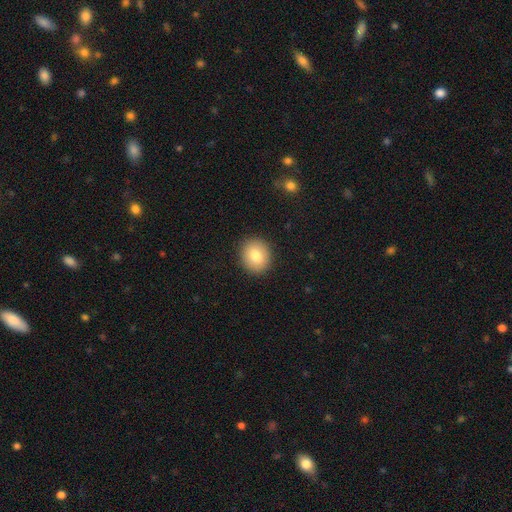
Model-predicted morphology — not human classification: smooth-or-featured: smooth: 80% | featured or disk: 11% | star or artifact: 8%
  how-rounded: round: 75% | in between: 24% | cigar-shaped: 1%
  merging: none: 90% | minor disturbance: 7% | major disturbance: 2% | merger: 1%